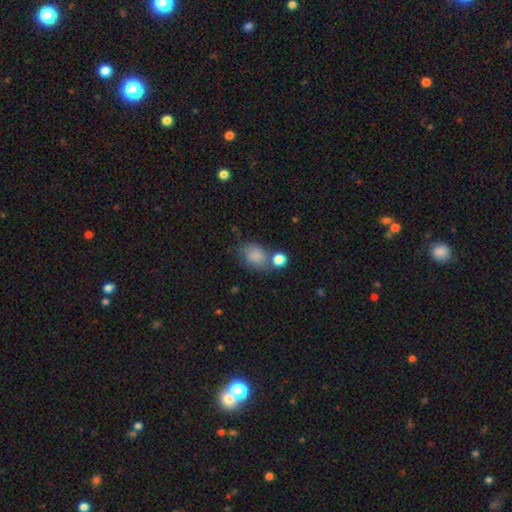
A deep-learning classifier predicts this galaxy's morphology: Q: Smooth or featured?
A: smooth (81%); runner-up: star or artifact (10%)
Q: How rounded?
A: in between (58%); runner-up: round (40%)
Q: Merging?
A: none (50%); runner-up: minor disturbance (22%)